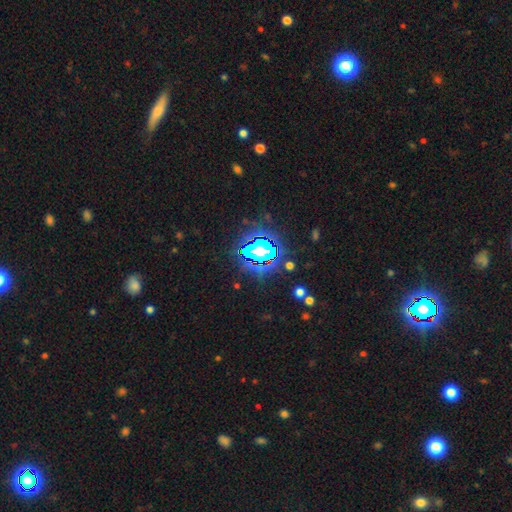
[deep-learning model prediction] Smooth or featured?
  - star or artifact: 81% *
  - smooth: 11%
  - featured or disk: 8%